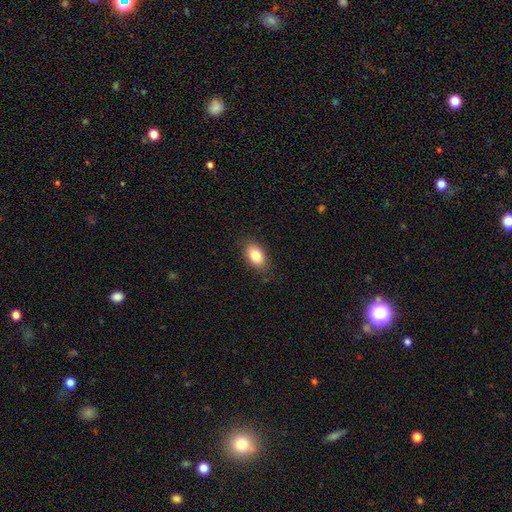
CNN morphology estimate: Smooth or featured? Predicted: smooth (p=0.84). How rounded? Predicted: in between (p=0.89). Merging? Predicted: none (p=0.84).